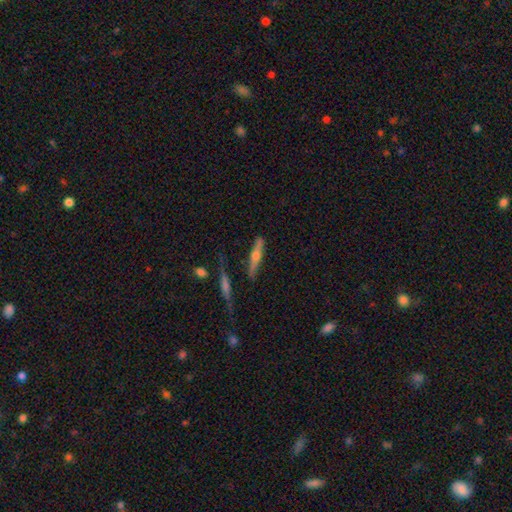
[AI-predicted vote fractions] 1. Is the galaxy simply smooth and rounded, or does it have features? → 58% featured or disk, 35% smooth, 7% star or artifact.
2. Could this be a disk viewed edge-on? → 93% yes, 7% no.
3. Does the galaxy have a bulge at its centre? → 89% rounded, 6% none, 4% boxy.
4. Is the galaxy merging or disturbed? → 74% none, 16% minor disturbance, 5% merger, 5% major disturbance.